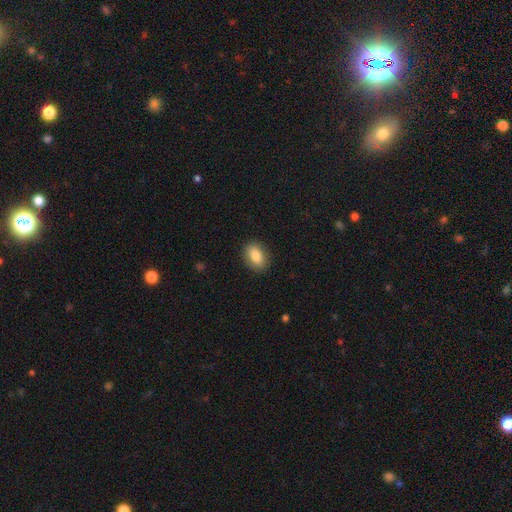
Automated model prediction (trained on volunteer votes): Smooth or featured?
  - smooth: 83% *
  - featured or disk: 9%
  - star or artifact: 8%
How rounded?
  - in between: 79% *
  - round: 19%
  - cigar-shaped: 2%
Merging?
  - none: 89% *
  - minor disturbance: 8%
  - major disturbance: 2%
  - merger: 1%